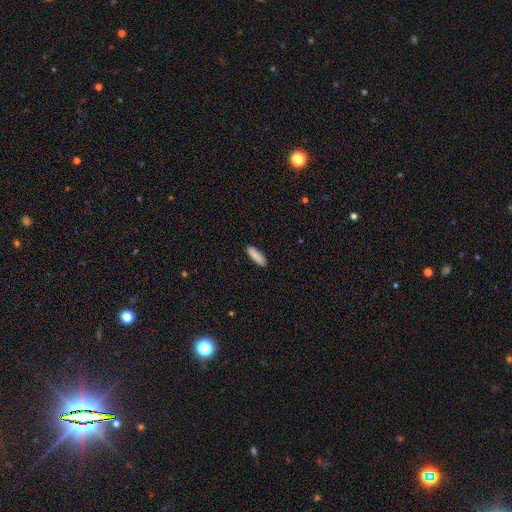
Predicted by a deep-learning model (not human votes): A smooth galaxy with no disk features (88%) that is cigar-shaped (70%).

Vote fractions:
- Smooth or featured? smooth: 88% / star or artifact: 6% / featured or disk: 6%
- How rounded? cigar-shaped: 70% / in between: 28% / round: 1%
- Merging? none: 89% / minor disturbance: 8% / major disturbance: 2% / merger: 1%